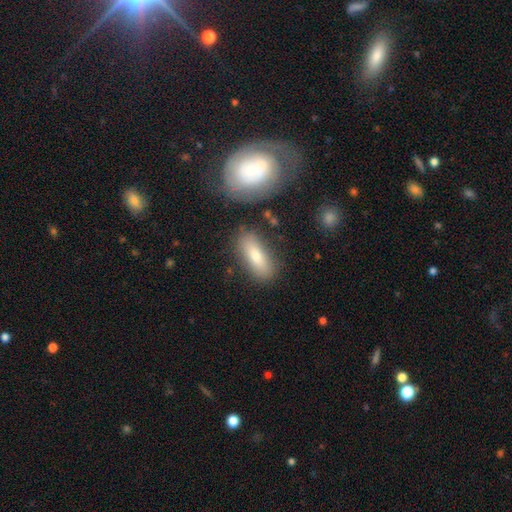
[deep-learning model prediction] smooth 73%, featured or disk 19%, star or artifact 8%. Down the decision tree: how rounded — in between (72%); merging — none (77%).